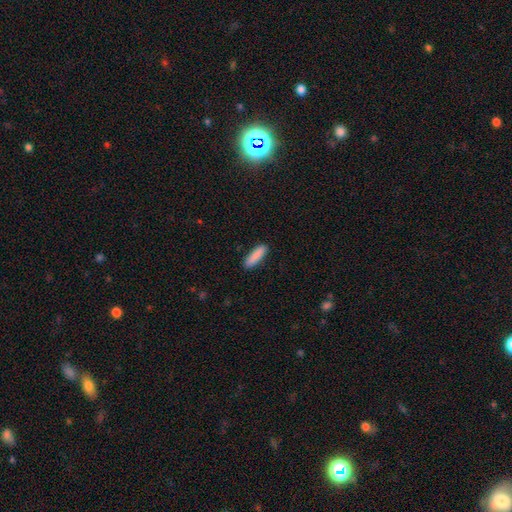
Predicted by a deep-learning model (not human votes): smooth-or-featured: smooth: 88% | star or artifact: 6% | featured or disk: 5%
  how-rounded: cigar-shaped: 67% | in between: 31% | round: 1%
  merging: none: 89% | minor disturbance: 8% | major disturbance: 2% | merger: 1%